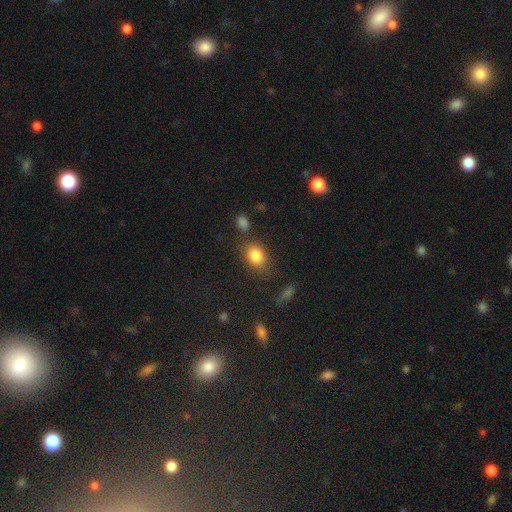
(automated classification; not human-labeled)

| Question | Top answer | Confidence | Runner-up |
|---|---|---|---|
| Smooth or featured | smooth | 84% | star or artifact (10%) |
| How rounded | in between | 65% | round (33%) |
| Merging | none | 69% | minor disturbance (17%) |